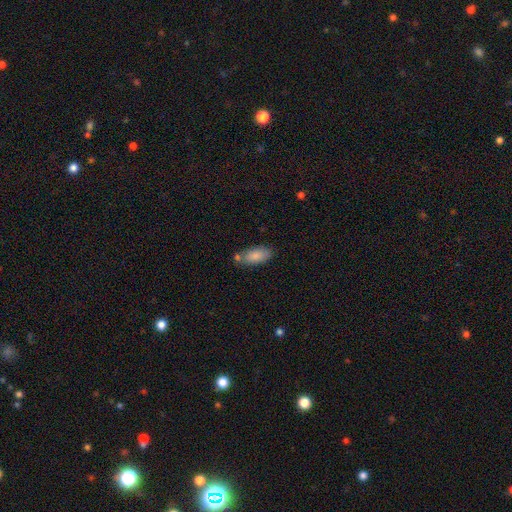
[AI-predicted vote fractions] Morphology: type=smooth (84%); roundness=in between (87%); merging=none (64%).